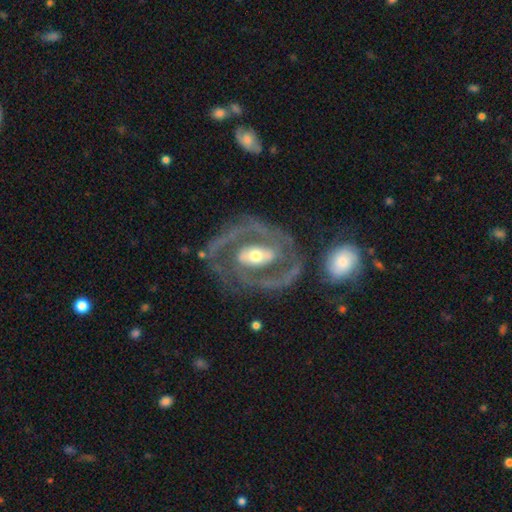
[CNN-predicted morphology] Smooth or featured: featured or disk — 88% (smooth — 8%)
Edge-on disk: no — 96% (yes — 4%)
Bar: strong — 44% (weak — 32%)
Spiral arms: yes — 85% (no — 15%)
Spiral winding: medium — 45% (tight — 42%)
Spiral arm count: 2 — 78% (can't tell — 9%)
Bulge size: moderate — 63% (small — 25%)
Merging: none — 65% (minor disturbance — 17%)